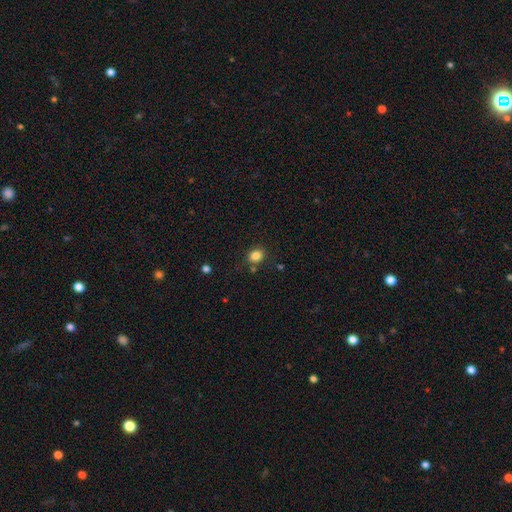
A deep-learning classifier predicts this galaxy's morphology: type=smooth (83%); roundness=round (63%); merging=none (80%).